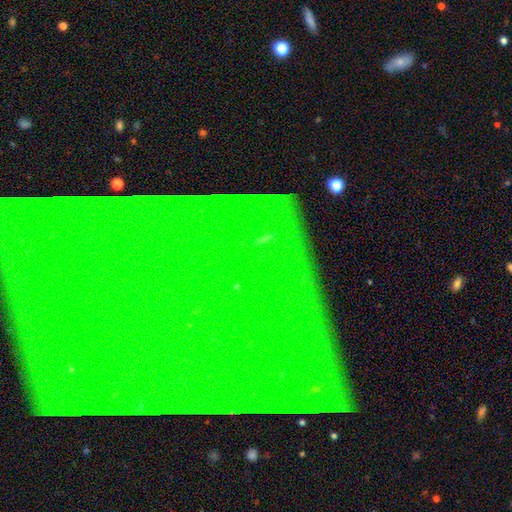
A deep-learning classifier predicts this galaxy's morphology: smooth-or-featured: star or artifact: 84% | featured or disk: 9% | smooth: 8%